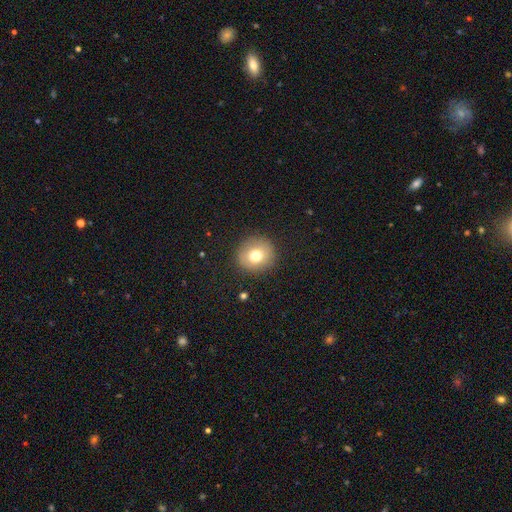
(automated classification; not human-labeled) Overall: smooth (74%). How rounded: round (90%). Merging: none (88%).